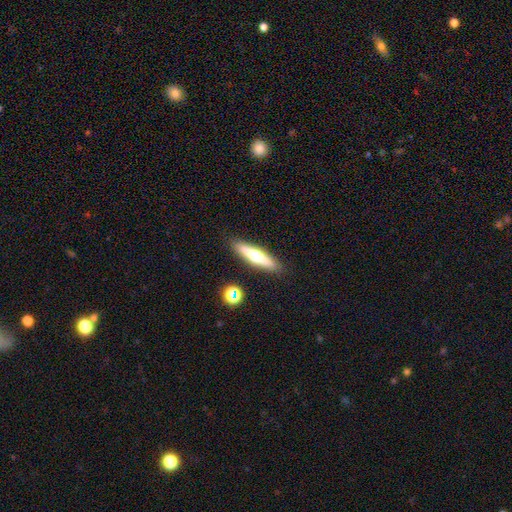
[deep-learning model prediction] Smooth or featured? featured or disk (49%)
Merging? none (88%)